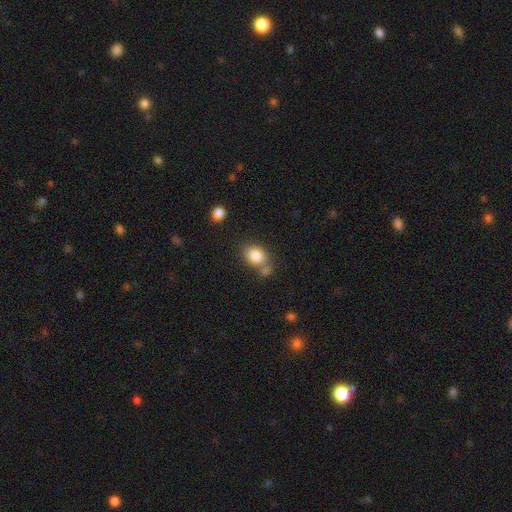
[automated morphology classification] This appears to be a smooth galaxy with no disk features (84%) that is in between round and cigar-shaped (53%). Merging: none (58%).